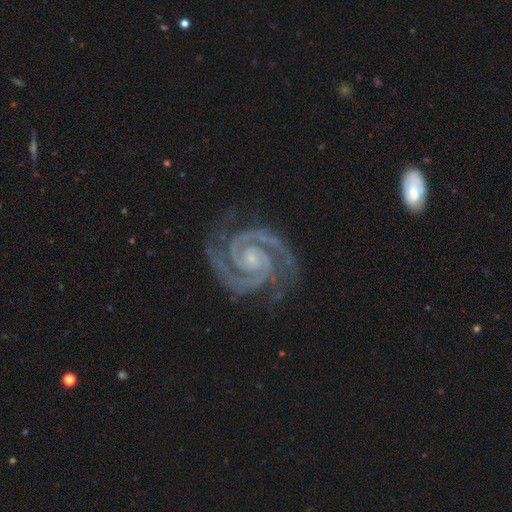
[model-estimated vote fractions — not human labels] Q: Smooth or featured?
A: featured or disk (94%); runner-up: star or artifact (4%)
Q: Edge-on disk?
A: no (98%); runner-up: yes (2%)
Q: Bar?
A: no (56%); runner-up: weak (29%)
Q: Spiral arms?
A: yes (99%); runner-up: no (1%)
Q: Spiral winding?
A: tight (70%); runner-up: medium (28%)
Q: Spiral arm count?
A: 2 (91%); runner-up: 3 (4%)
Q: Bulge size?
A: small (69%); runner-up: moderate (23%)
Q: Merging?
A: none (82%); runner-up: minor disturbance (13%)